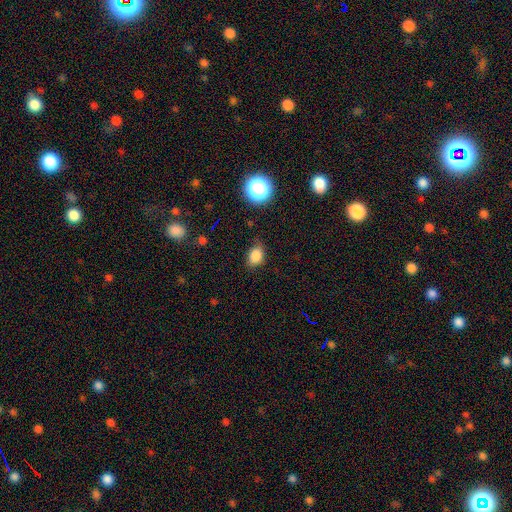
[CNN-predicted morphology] Smooth or featured? smooth (82%)
How rounded? in between (69%)
Merging? none (70%)